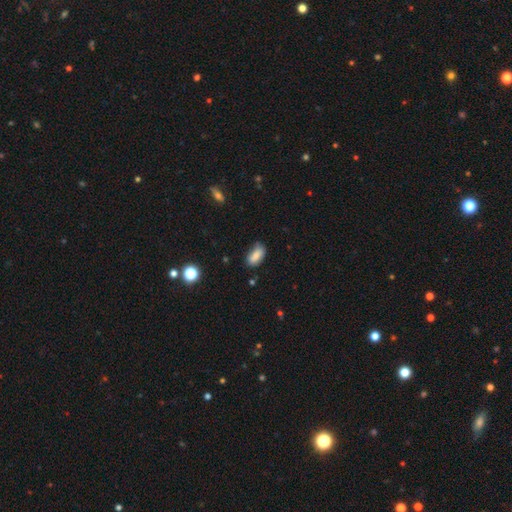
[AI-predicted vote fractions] Morphology: type=smooth (81%); roundness=in between (89%); merging=none (67%).